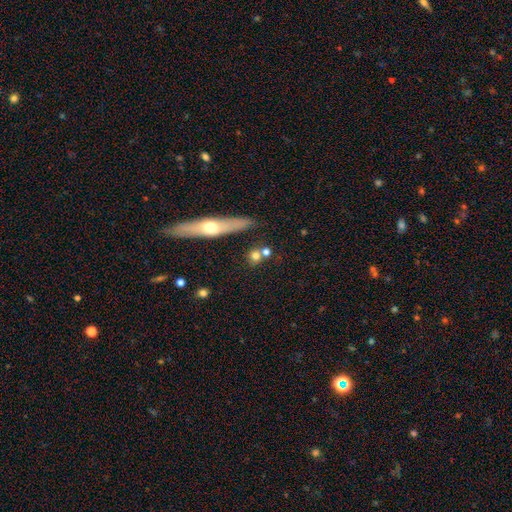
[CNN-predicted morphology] Smooth or featured?
  - smooth: 71% *
  - featured or disk: 18%
  - star or artifact: 11%
How rounded?
  - round: 75% *
  - in between: 15%
  - cigar-shaped: 10%
Merging?
  - none: 62% *
  - merger: 23%
  - minor disturbance: 10%
  - major disturbance: 5%